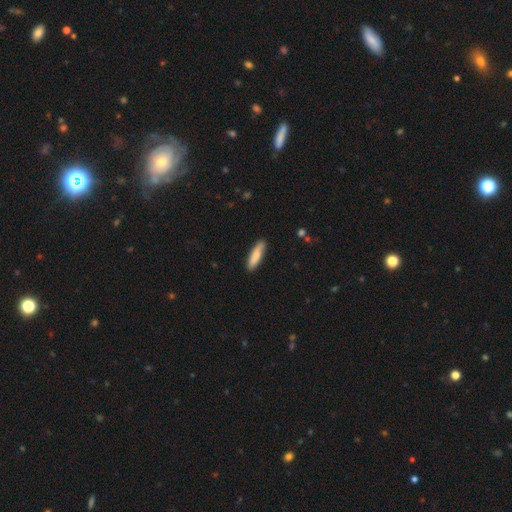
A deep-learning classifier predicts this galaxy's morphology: Smooth or featured? smooth (79%)
How rounded? cigar-shaped (71%)
Merging? none (88%)